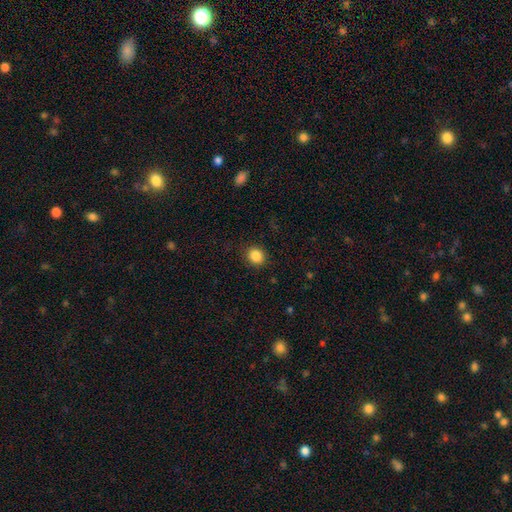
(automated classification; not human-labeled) The model was most divided on "how rounded": round: 73%, in between: 26%, cigar-shaped: 1%. More confident: merging — none (88%); smooth or featured — smooth (86%).